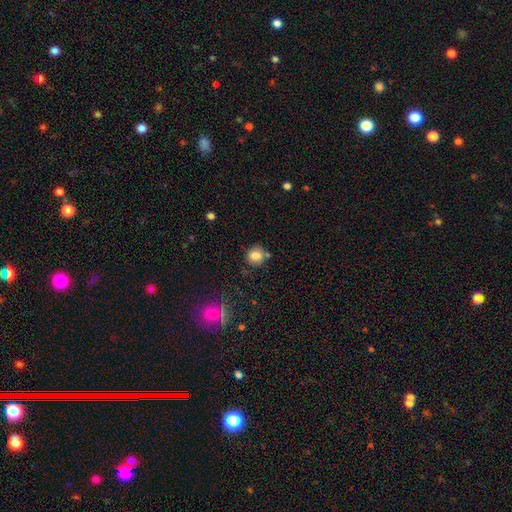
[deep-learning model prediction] Smooth or featured: smooth — 80% (star or artifact — 12%)
How rounded: round — 89% (in between — 10%)
Merging: none — 78% (minor disturbance — 12%)